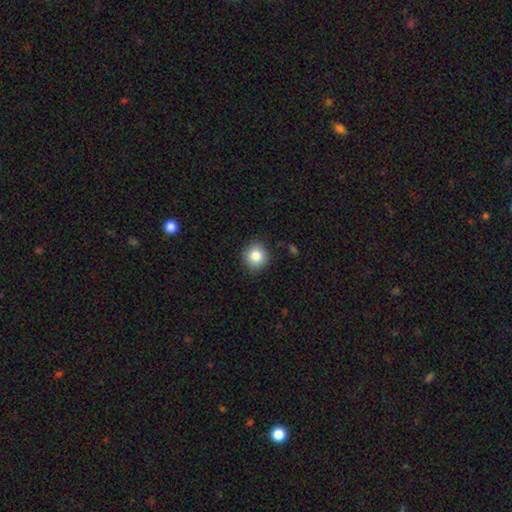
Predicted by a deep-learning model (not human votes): A smooth galaxy with no disk features (85%) that is round (90%). Merging: none (88%).